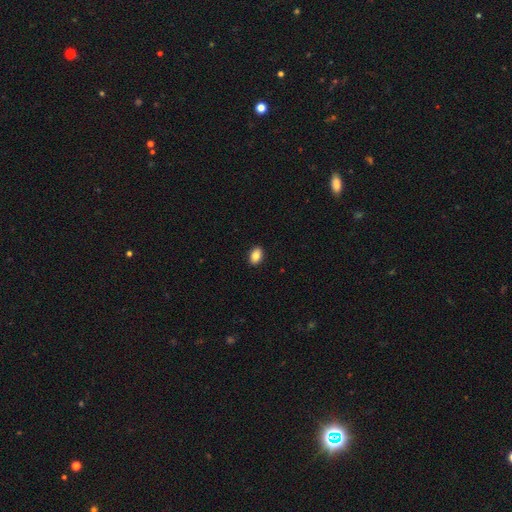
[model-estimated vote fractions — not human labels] Smooth or featured?
  - smooth: 86% *
  - star or artifact: 8%
  - featured or disk: 6%
How rounded?
  - in between: 84% *
  - round: 15%
  - cigar-shaped: 1%
Merging?
  - none: 91% *
  - minor disturbance: 7%
  - major disturbance: 2%
  - merger: 1%